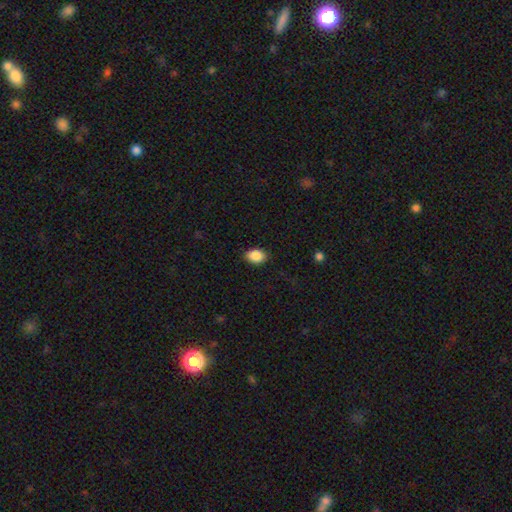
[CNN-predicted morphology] smooth_or_featured: smooth (p=0.89) [alt: star or artifact p=0.08]
how_rounded: in between (p=0.78) [alt: round p=0.21]
merging: none (p=0.85) [alt: minor disturbance p=0.12]